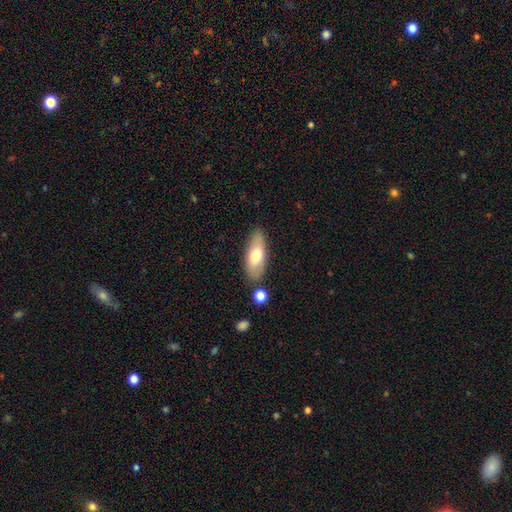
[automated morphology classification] Overall: smooth (69%). How rounded: in between (77%). Merging: none (80%).